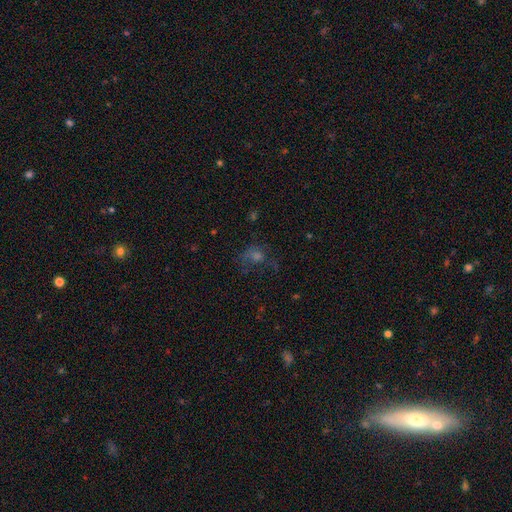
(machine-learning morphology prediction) smooth-or-featured: smooth: 39% | star or artifact: 34% | featured or disk: 26%
  merging: none: 49% | major disturbance: 28% | minor disturbance: 20% | merger: 3%